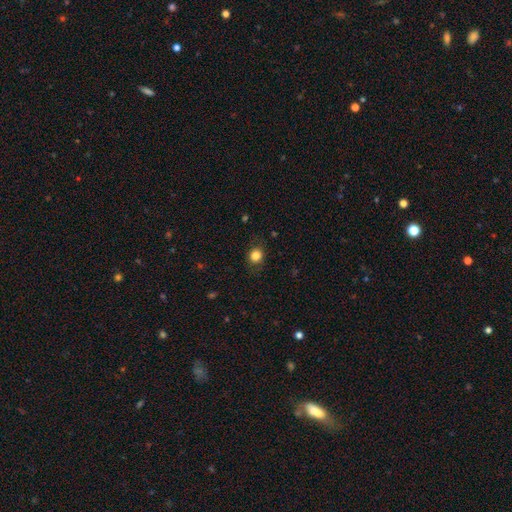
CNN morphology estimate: smooth-or-featured: smooth: 84% | star or artifact: 11% | featured or disk: 5%
  how-rounded: round: 81% | in between: 18% | cigar-shaped: 1%
  merging: none: 83% | minor disturbance: 12% | major disturbance: 4% | merger: 1%